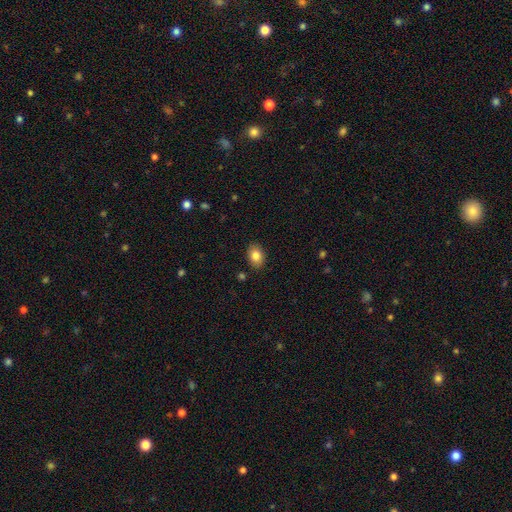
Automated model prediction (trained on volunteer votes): Smooth or featured: smooth — 83% (featured or disk — 9%)
How rounded: in between — 77% (round — 22%)
Merging: none — 88% (minor disturbance — 9%)